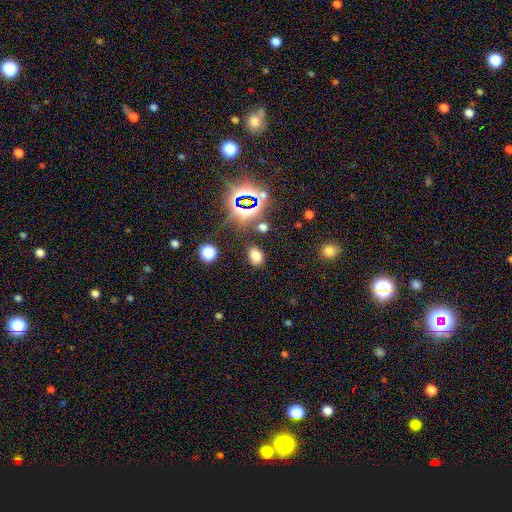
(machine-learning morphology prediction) The model was most divided on "smooth or featured": smooth: 68%, star or artifact: 25%, featured or disk: 8%. More confident: merging — none (81%); how rounded — in between (77%).